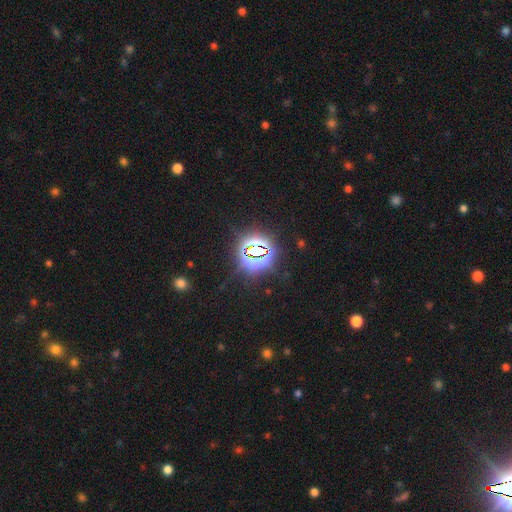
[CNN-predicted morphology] Overall: star or artifact (83%).